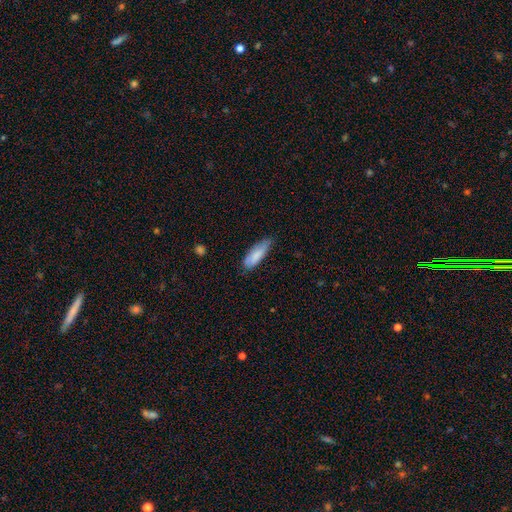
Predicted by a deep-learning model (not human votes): The model was most divided on "how rounded": in between: 59%, cigar-shaped: 39%, round: 2%. More confident: smooth or featured — smooth (82%); merging — none (66%).